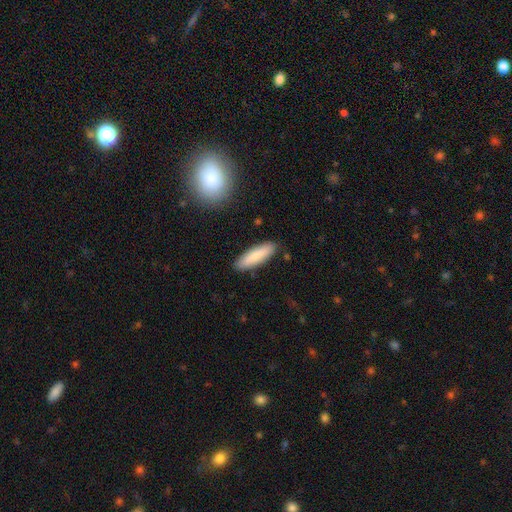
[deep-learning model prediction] smooth-or-featured: smooth: 81% | featured or disk: 13% | star or artifact: 6%
  how-rounded: cigar-shaped: 63% | in between: 35% | round: 2%
  merging: none: 87% | minor disturbance: 9% | major disturbance: 2% | merger: 2%